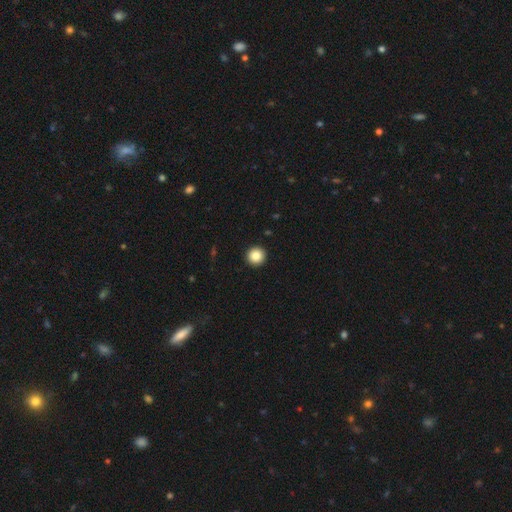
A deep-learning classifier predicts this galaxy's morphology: type=smooth (86%); roundness=round (96%); merging=none (94%).